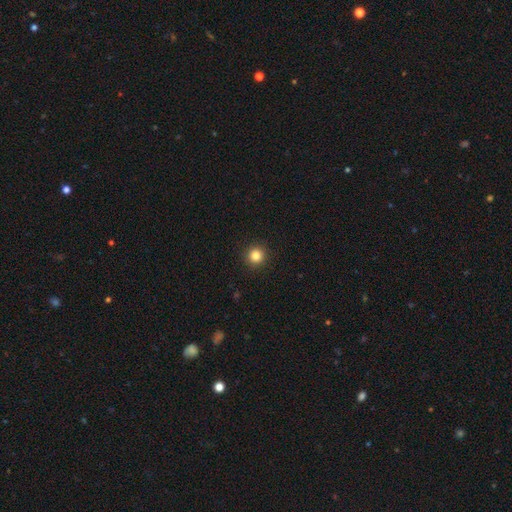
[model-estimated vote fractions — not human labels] Smooth or featured? smooth (85%)
How rounded? round (95%)
Merging? none (93%)